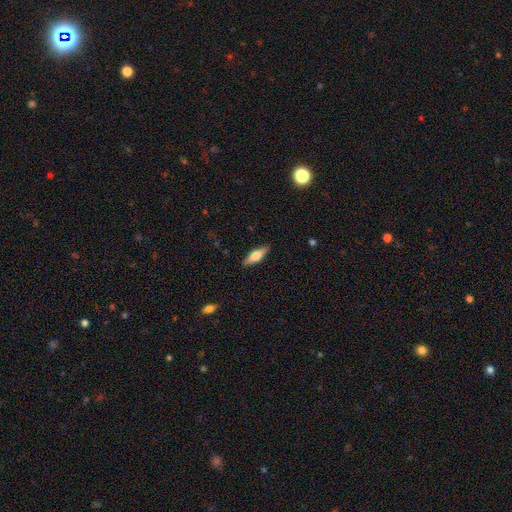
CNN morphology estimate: Q: Smooth or featured?
A: smooth (48%); runner-up: featured or disk (45%)
Q: Merging?
A: none (88%); runner-up: minor disturbance (9%)